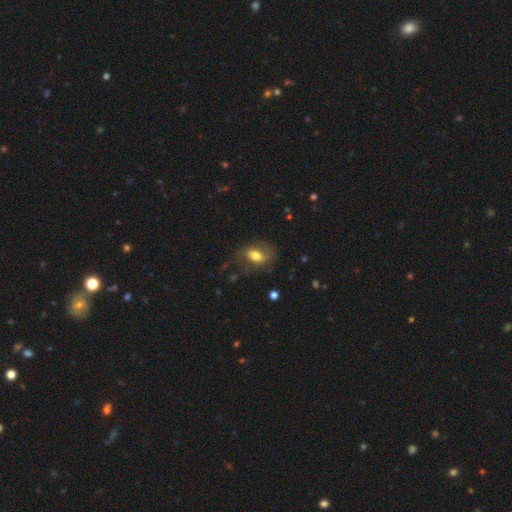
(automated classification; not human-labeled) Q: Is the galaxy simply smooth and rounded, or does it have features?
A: smooth — 67%.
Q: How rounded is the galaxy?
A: in between — 76%.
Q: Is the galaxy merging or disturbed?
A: none — 59%.